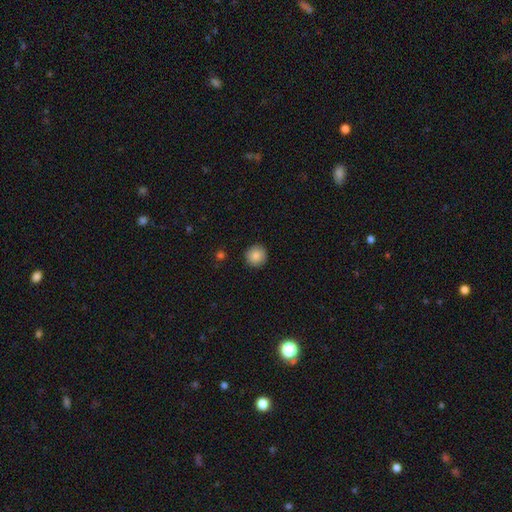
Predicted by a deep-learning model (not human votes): Q: Smooth or featured?
A: smooth (87%); runner-up: star or artifact (9%)
Q: How rounded?
A: round (95%); runner-up: in between (4%)
Q: Merging?
A: none (91%); runner-up: minor disturbance (6%)